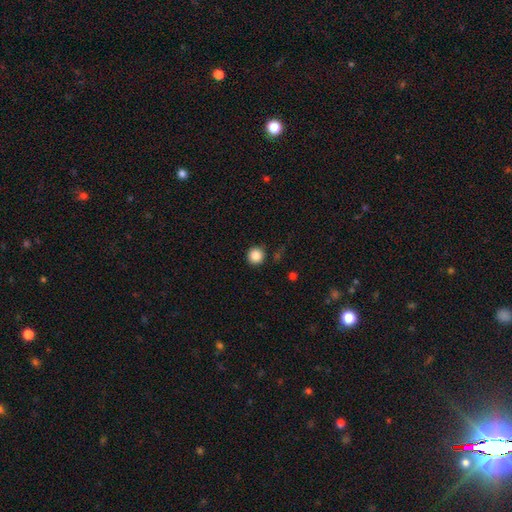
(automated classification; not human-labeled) smooth 87%, star or artifact 10%, featured or disk 4%. Down the decision tree: how rounded — round (95%); merging — none (90%).